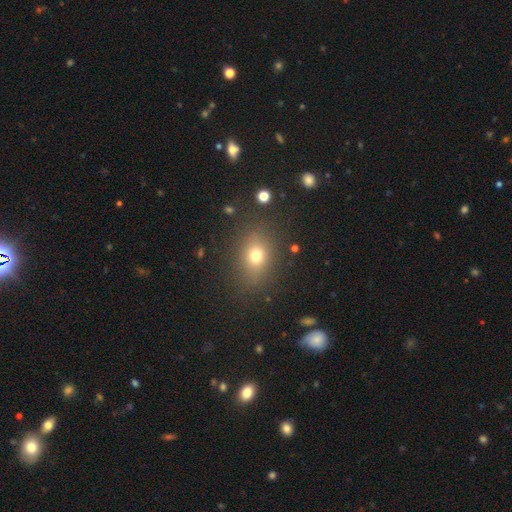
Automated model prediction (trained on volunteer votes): A smooth galaxy with no disk features (72%) that is in between round and cigar-shaped (59%). Merging: none (83%).